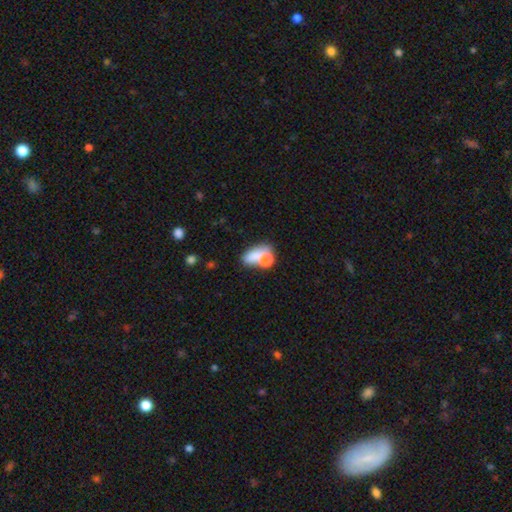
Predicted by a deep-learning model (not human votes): Smooth or featured? smooth (70%)
How rounded? in between (74%)
Merging? merger (46%)